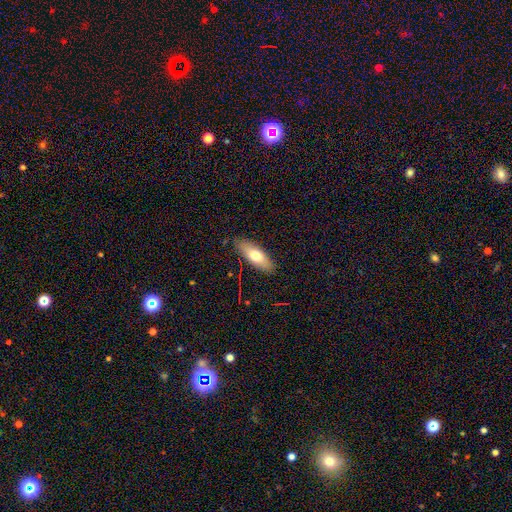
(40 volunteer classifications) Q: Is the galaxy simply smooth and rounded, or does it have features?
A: smooth — 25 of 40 (62%).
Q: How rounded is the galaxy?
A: cigar-shaped — 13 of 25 (52%).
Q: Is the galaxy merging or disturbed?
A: none — 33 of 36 (92%).